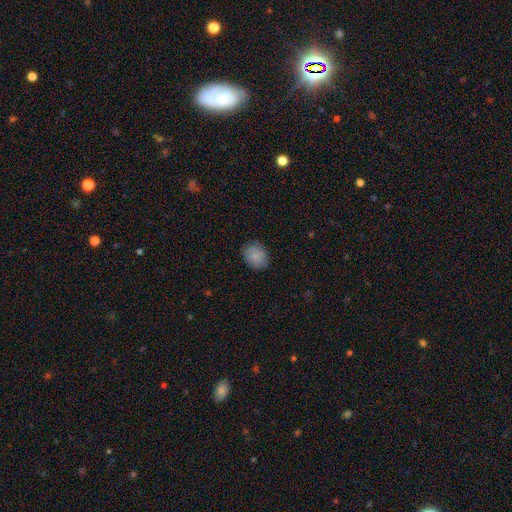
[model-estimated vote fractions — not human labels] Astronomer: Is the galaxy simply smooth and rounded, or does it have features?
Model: smooth — 85%.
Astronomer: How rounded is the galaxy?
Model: round — 58% (runner-up: in between, 41%).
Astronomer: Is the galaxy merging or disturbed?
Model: none — 84%.